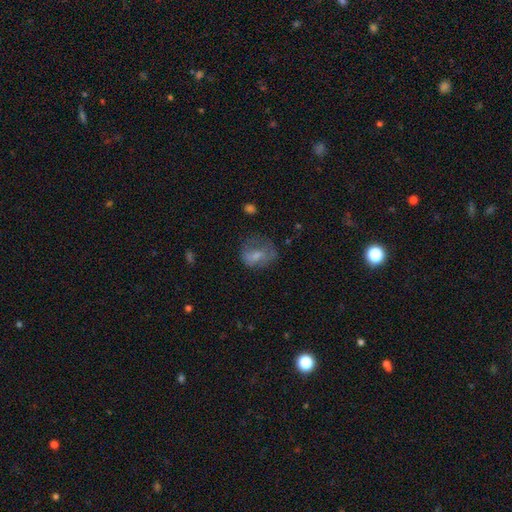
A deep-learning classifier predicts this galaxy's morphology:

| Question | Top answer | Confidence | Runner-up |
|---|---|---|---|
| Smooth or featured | smooth | 48% | featured or disk (35%) |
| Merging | none | 49% | minor disturbance (25%) |